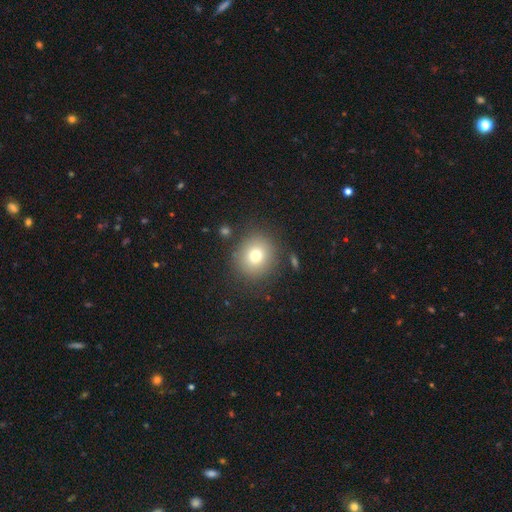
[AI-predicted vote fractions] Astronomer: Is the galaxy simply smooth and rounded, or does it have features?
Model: smooth — 75%.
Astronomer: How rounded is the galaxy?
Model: round — 87%.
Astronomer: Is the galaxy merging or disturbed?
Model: none — 85%.